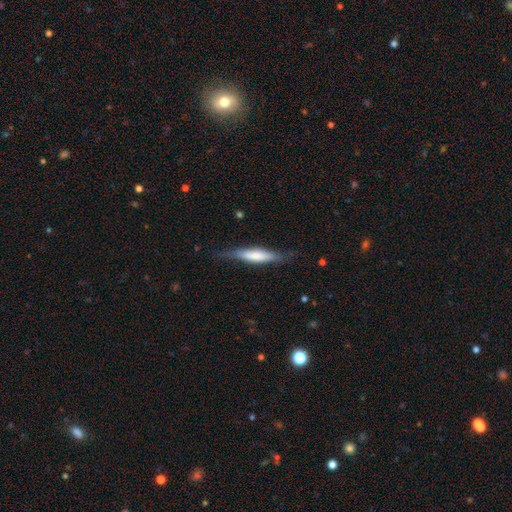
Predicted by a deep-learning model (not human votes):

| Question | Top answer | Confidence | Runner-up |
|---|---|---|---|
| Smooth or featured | smooth | 56% | featured or disk (38%) |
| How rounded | cigar-shaped | 82% | in between (17%) |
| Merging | none | 76% | minor disturbance (18%) |